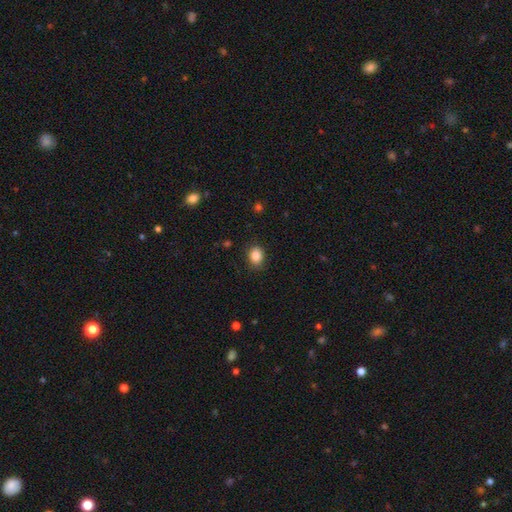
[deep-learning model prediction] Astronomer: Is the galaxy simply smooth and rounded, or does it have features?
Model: smooth — 86%.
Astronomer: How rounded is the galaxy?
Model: round — 51% (runner-up: in between, 48%).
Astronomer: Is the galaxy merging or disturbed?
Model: none — 85%.